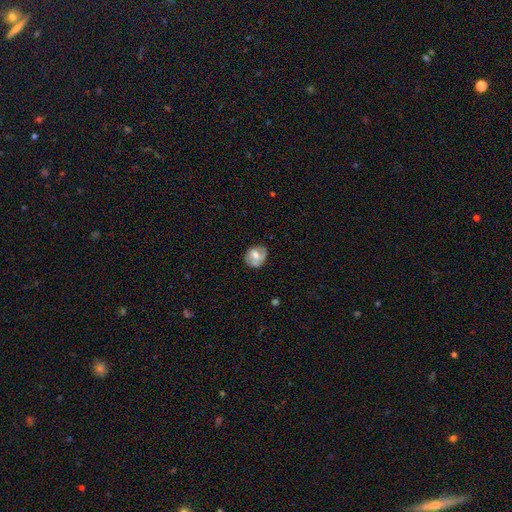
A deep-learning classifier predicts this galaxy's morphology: smooth_or_featured: smooth (p=0.46) [tied with: featured or disk p=0.46]
merging: none (p=0.71) [alt: minor disturbance p=0.21]